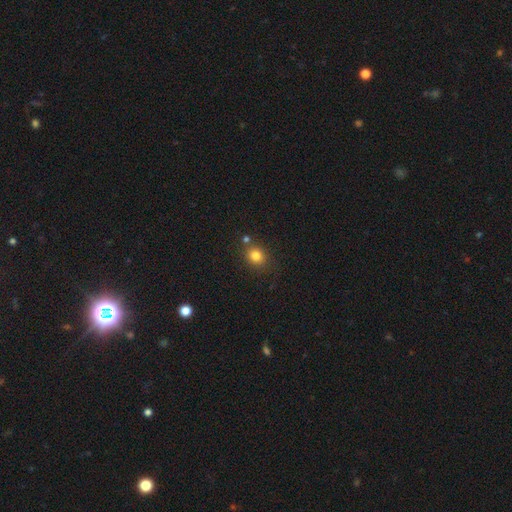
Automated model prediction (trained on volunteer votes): smooth 81%, star or artifact 13%, featured or disk 7%. Down the decision tree: how rounded — round (71%); merging — none (73%).